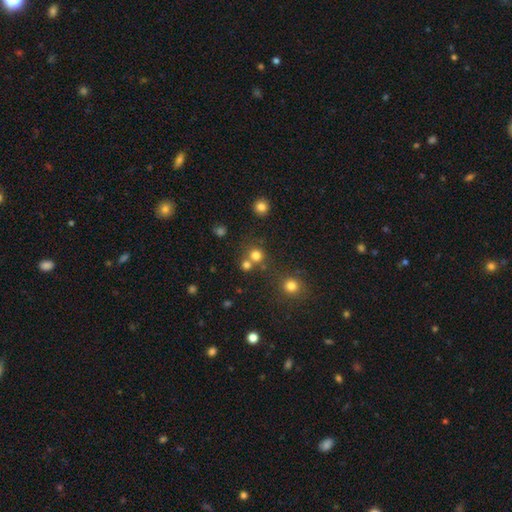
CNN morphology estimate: Smooth or featured? Predicted: smooth (p=0.75). How rounded? Predicted: round (p=0.90). Merging? Predicted: none (p=0.63).